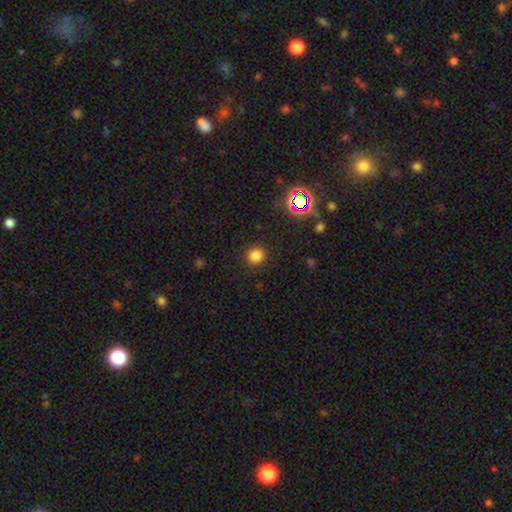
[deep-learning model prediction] smooth-or-featured: smooth: 80% | star or artifact: 16% | featured or disk: 4%
  how-rounded: round: 89% | in between: 10% | cigar-shaped: 1%
  merging: none: 90% | minor disturbance: 7% | major disturbance: 3% | merger: 1%